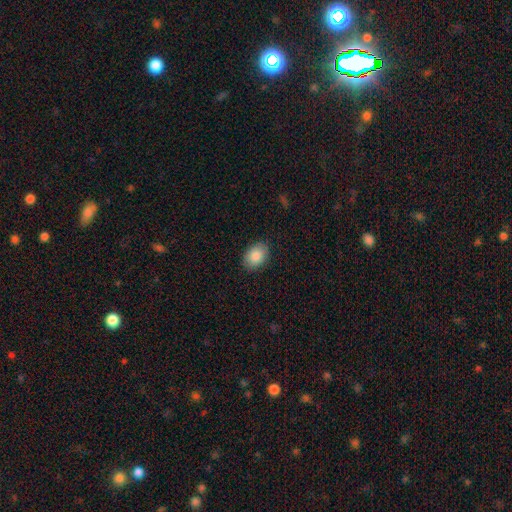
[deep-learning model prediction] Smooth or featured: smooth — 88% (star or artifact — 7%)
How rounded: in between — 80% (round — 19%)
Merging: none — 88% (minor disturbance — 9%)